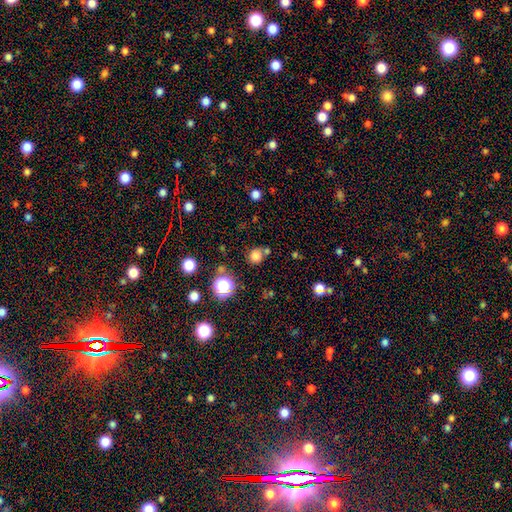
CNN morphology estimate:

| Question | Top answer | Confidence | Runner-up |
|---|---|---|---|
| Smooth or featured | smooth | 76% | star or artifact (18%) |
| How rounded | round | 86% | in between (13%) |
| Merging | none | 71% | merger (14%) |